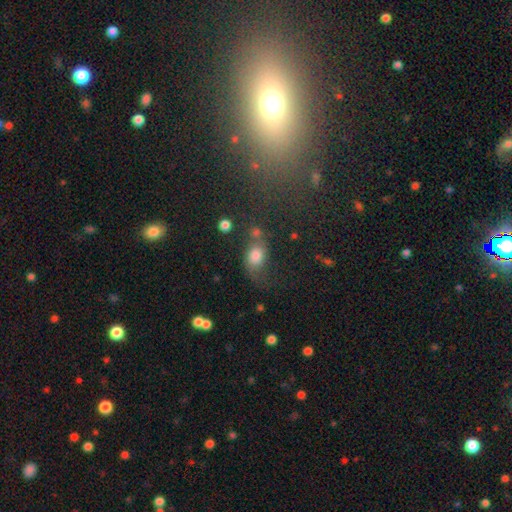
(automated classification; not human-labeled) smooth-or-featured: smooth: 73% | featured or disk: 15% | star or artifact: 12%
  how-rounded: in between: 65% | round: 32% | cigar-shaped: 3%
  merging: none: 39% | minor disturbance: 24% | major disturbance: 21% | merger: 16%